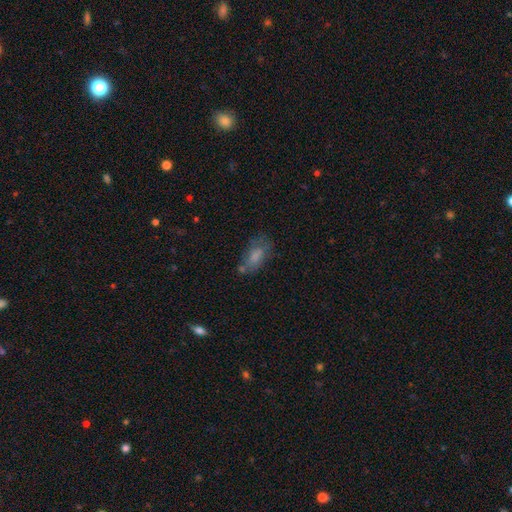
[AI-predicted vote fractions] smooth-or-featured: smooth: 67% | featured or disk: 24% | star or artifact: 10%
  how-rounded: in between: 87% | cigar-shaped: 7% | round: 5%
  merging: none: 48% | minor disturbance: 25% | major disturbance: 16% | merger: 10%